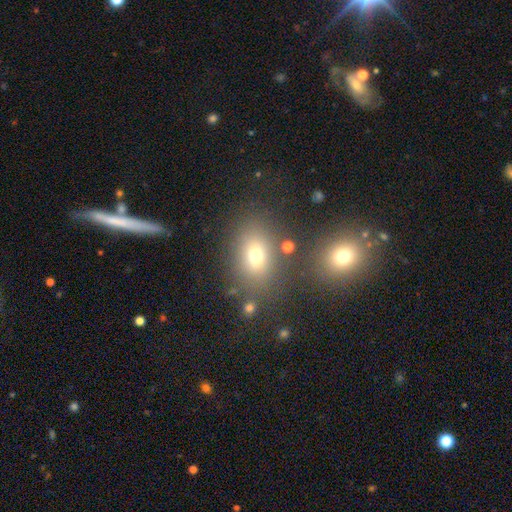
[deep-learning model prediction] Smooth or featured? smooth (70%)
How rounded? in between (69%)
Merging? none (74%)